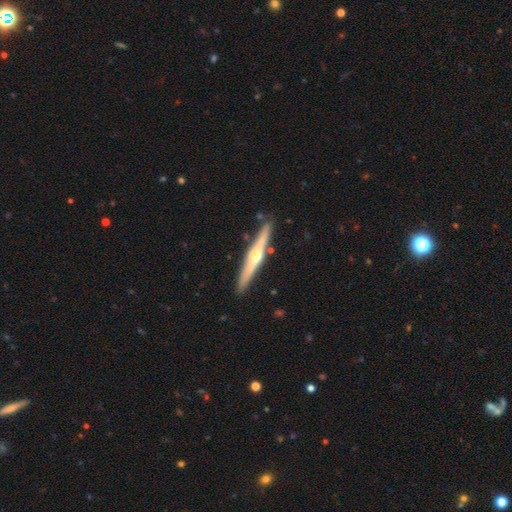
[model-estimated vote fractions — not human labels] smooth_or_featured: featured or disk (p=0.67) [alt: smooth p=0.28]
disk_edge_on: yes (p=0.97) [alt: no p=0.03]
edge_on_bulge: rounded (p=0.88) [alt: none p=0.08]
merging: none (p=0.88) [alt: minor disturbance p=0.09]